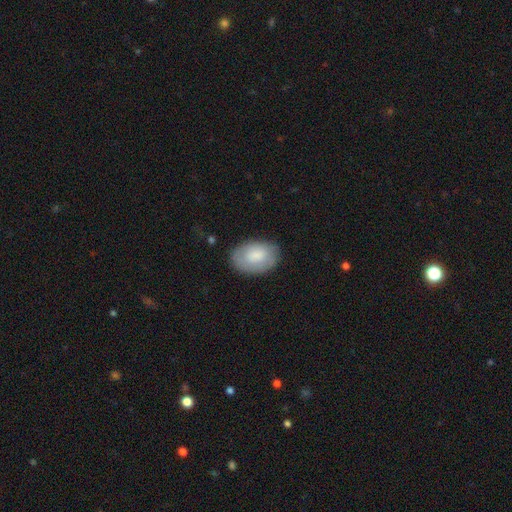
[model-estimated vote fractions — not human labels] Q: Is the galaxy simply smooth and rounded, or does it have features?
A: smooth — 78%.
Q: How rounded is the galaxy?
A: in between — 88%.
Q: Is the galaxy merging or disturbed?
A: none — 79%.